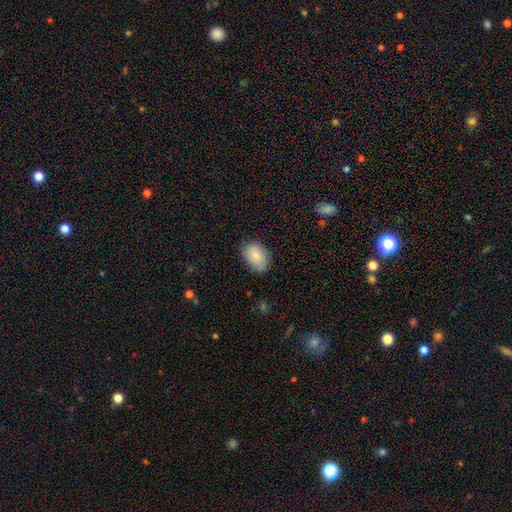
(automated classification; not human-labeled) This is clearly a smooth galaxy (85%). How rounded: clearly in between (83%). Merging: likely none (77%).